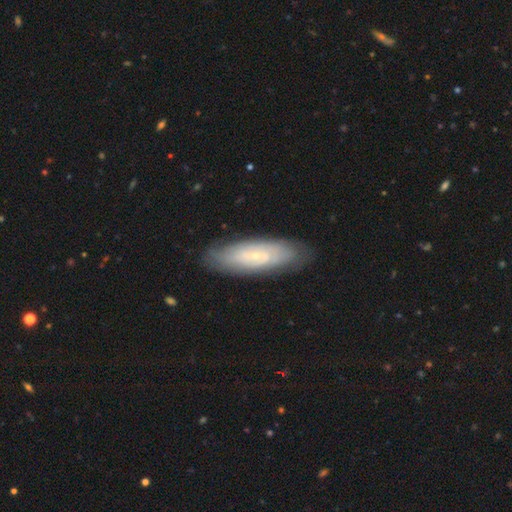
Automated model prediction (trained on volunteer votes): A featured or disk galaxy (56%).

Vote fractions:
- Smooth or featured? featured or disk: 56% / smooth: 37% / star or artifact: 7%
- Edge-on disk? no: 78% / yes: 22%
- Merging? none: 82% / minor disturbance: 13% / major disturbance: 3% / merger: 1%